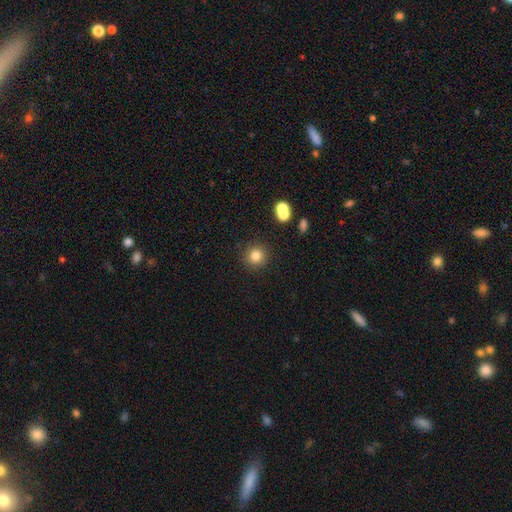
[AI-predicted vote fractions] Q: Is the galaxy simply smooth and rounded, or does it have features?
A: smooth — 82%.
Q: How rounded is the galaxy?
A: round — 93%.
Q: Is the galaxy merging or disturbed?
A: none — 88%.